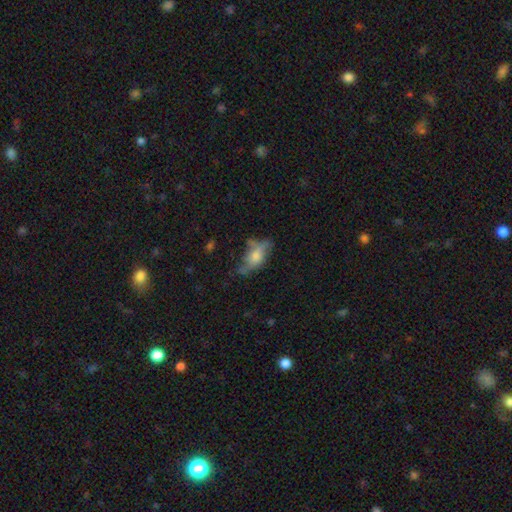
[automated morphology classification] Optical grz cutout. It shows a smooth galaxy with no disk features (48%). Merging: none (47%).